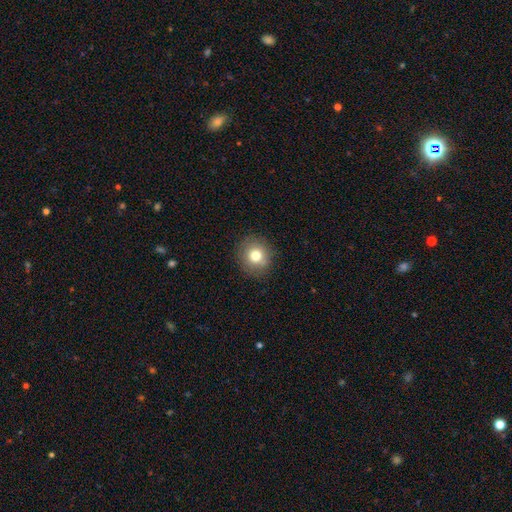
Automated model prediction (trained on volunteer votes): Q: Smooth or featured?
A: smooth (78%); runner-up: star or artifact (11%)
Q: How rounded?
A: round (88%); runner-up: in between (11%)
Q: Merging?
A: none (88%); runner-up: minor disturbance (9%)